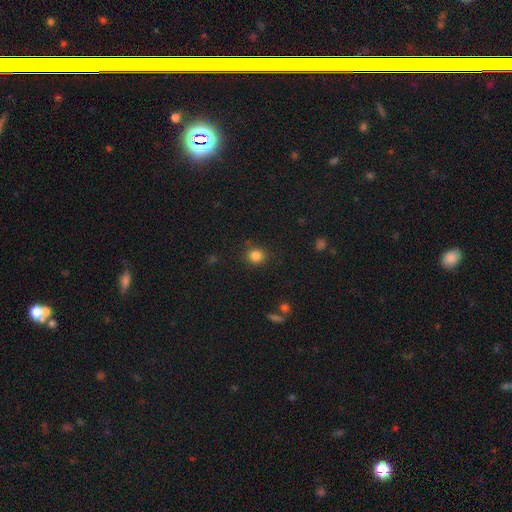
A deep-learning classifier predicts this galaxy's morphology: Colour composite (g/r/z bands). It shows a smooth galaxy with no disk features (84%) that is round (85%). Merging: none (86%).